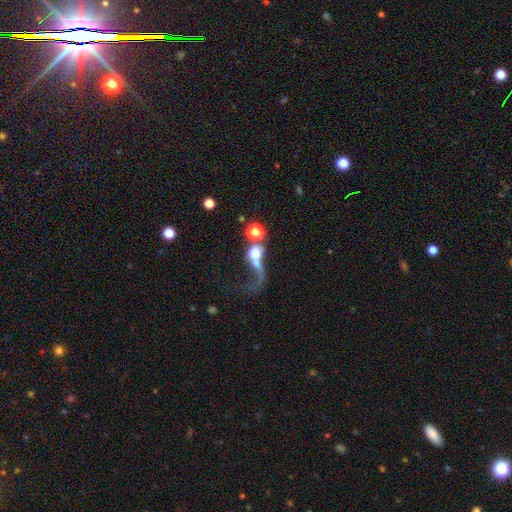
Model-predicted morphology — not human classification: Overall: smooth (48%; featured or disk 36%). Merging: merger (47%; major disturbance 30%).